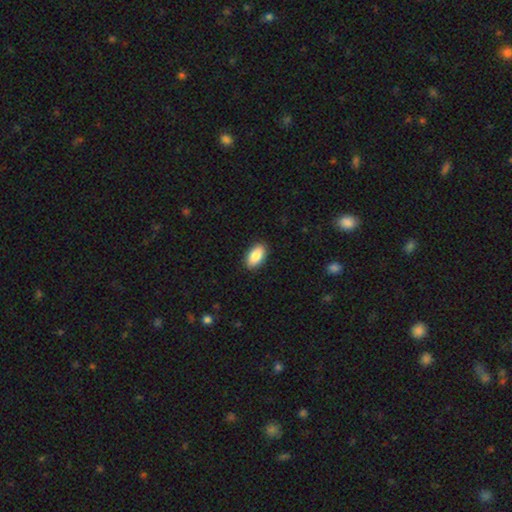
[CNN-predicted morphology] Smooth or featured? smooth (88%)
How rounded? in between (94%)
Merging? none (90%)